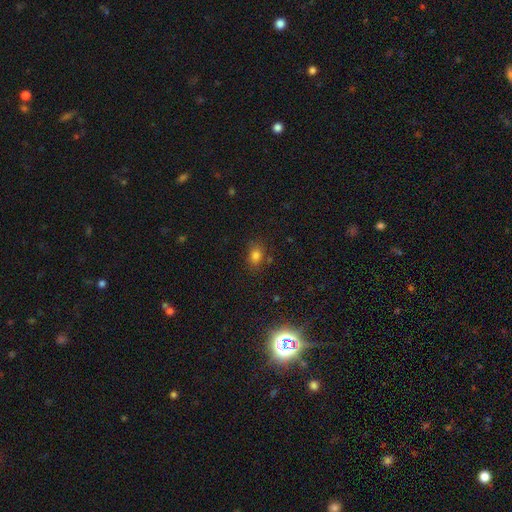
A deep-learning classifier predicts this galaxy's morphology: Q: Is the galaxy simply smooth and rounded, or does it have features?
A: smooth — 77%.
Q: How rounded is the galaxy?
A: in between — 60%.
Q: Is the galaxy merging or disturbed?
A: none — 75%.